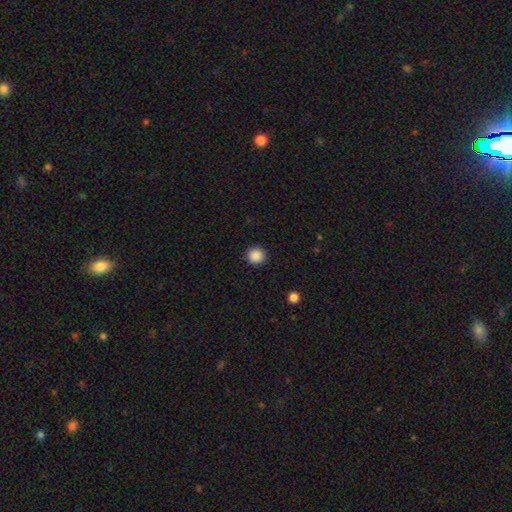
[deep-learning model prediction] Overall: smooth (88%). How rounded: round (94%). Merging: none (93%).